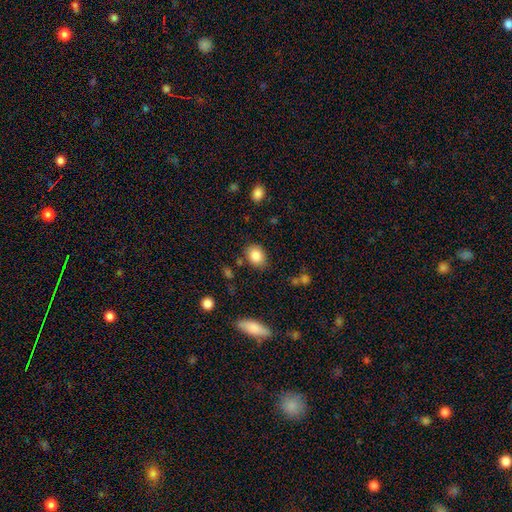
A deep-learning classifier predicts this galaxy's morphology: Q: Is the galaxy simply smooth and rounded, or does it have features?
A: smooth — 85%.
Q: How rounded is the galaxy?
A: in between — 57%.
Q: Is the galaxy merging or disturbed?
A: none — 79%.